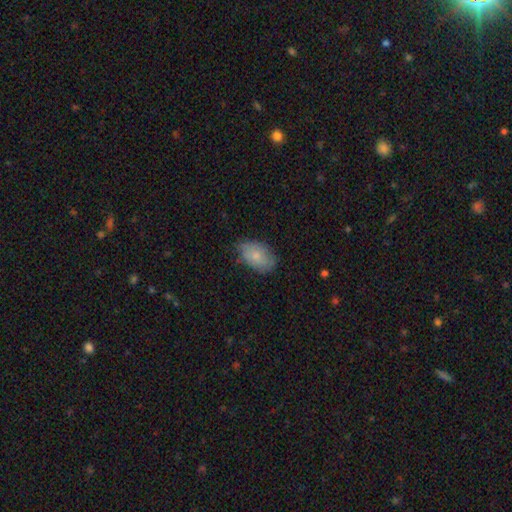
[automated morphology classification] smooth 75%, featured or disk 18%, star or artifact 7%. Down the decision tree: how rounded — in between (90%); merging — none (65%).